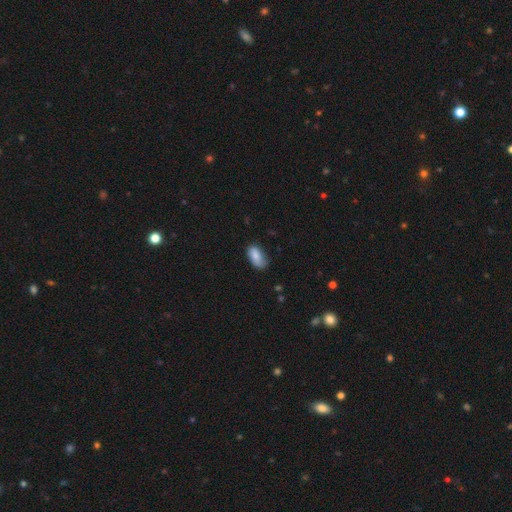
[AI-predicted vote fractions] This appears to be a smooth galaxy with no disk features (81%) that is in between round and cigar-shaped (93%). Merging: none (57%).